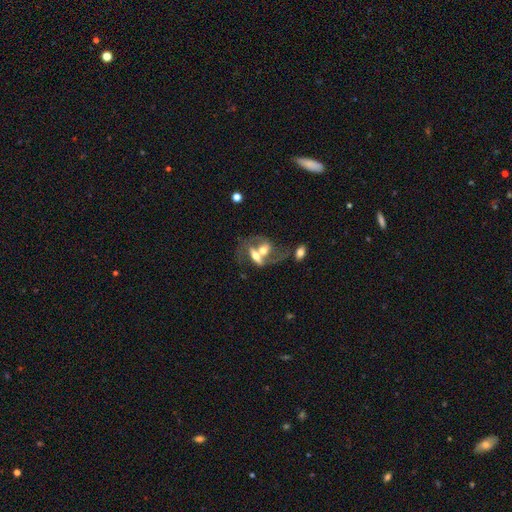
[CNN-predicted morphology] featured or disk 58%, smooth 33%, star or artifact 9%. Down the decision tree: edge-on disk — no (87%); merging — merger (72%).